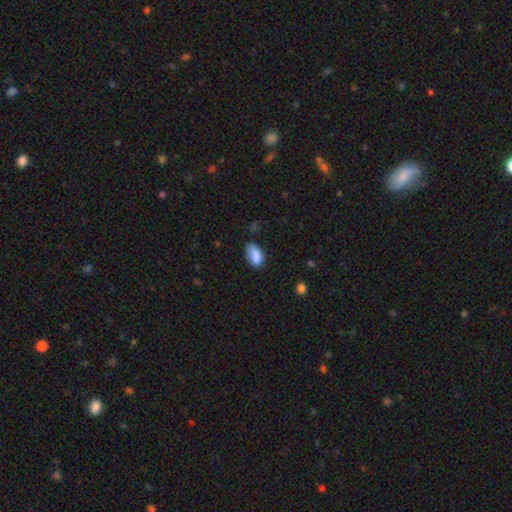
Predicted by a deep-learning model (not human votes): smooth-or-featured: smooth: 85% | star or artifact: 8% | featured or disk: 7%
  how-rounded: in between: 92% | round: 5% | cigar-shaped: 3%
  merging: none: 52% | minor disturbance: 35% | major disturbance: 9% | merger: 3%